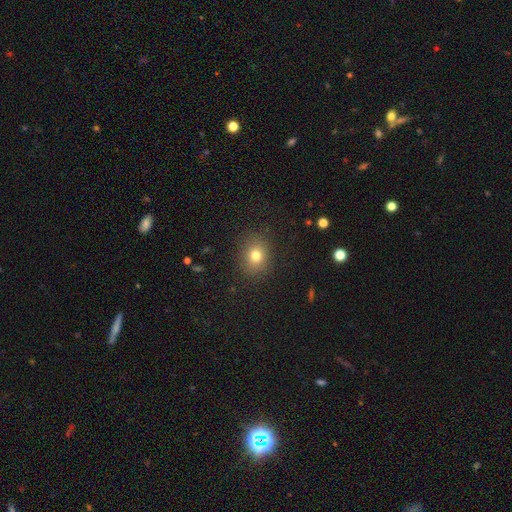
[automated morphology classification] smooth_or_featured: smooth (p=0.77) [alt: star or artifact p=0.14]
how_rounded: round (p=0.60) [alt: in between p=0.39]
merging: none (p=0.87) [alt: minor disturbance p=0.09]